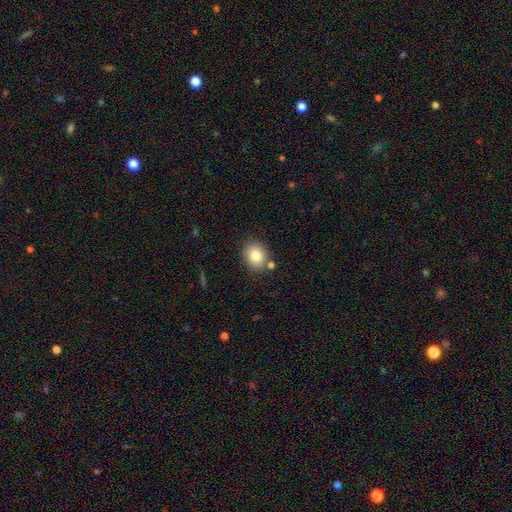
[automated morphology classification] This is clearly a smooth galaxy (83%). How rounded: possibly round (52%). Merging: likely none (79%).